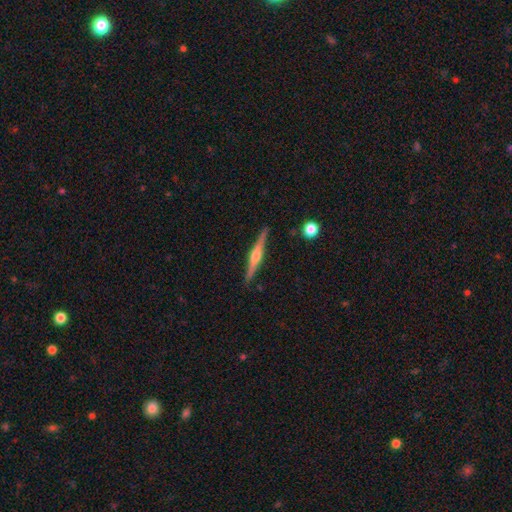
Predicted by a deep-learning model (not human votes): Smooth or featured: featured or disk — 77% (smooth — 18%)
Edge-on disk: yes — 98% (no — 2%)
Edge-on bulge: rounded — 87% (boxy — 9%)
Merging: none — 89% (minor disturbance — 8%)